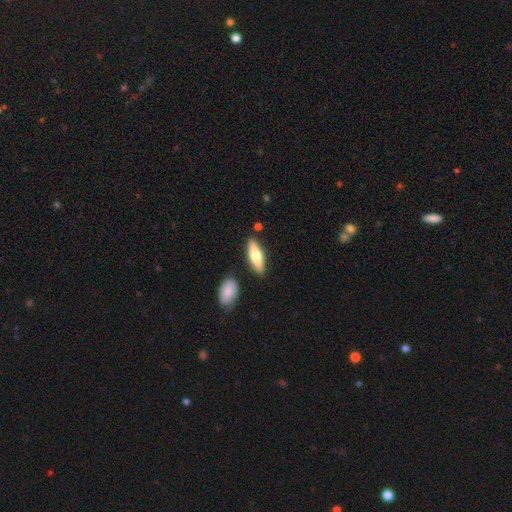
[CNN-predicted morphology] smooth_or_featured: smooth (p=0.63) [alt: featured or disk p=0.31]
how_rounded: in between (p=0.54) [alt: cigar-shaped p=0.43]
merging: none (p=0.83) [alt: minor disturbance p=0.10]